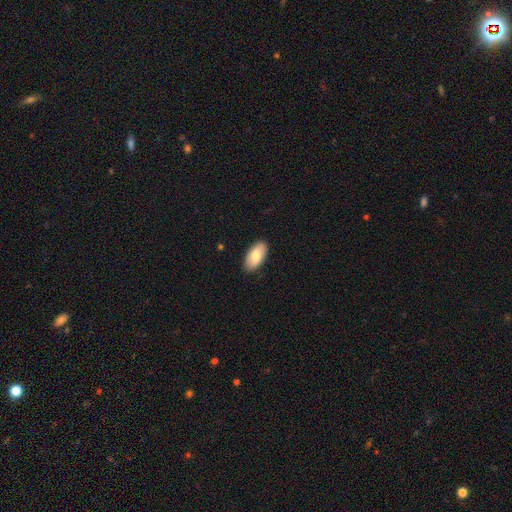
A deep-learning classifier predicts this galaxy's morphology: Smooth or featured: smooth — 73% (featured or disk — 22%)
How rounded: in between — 94% (cigar-shaped — 4%)
Merging: none — 88% (minor disturbance — 9%)